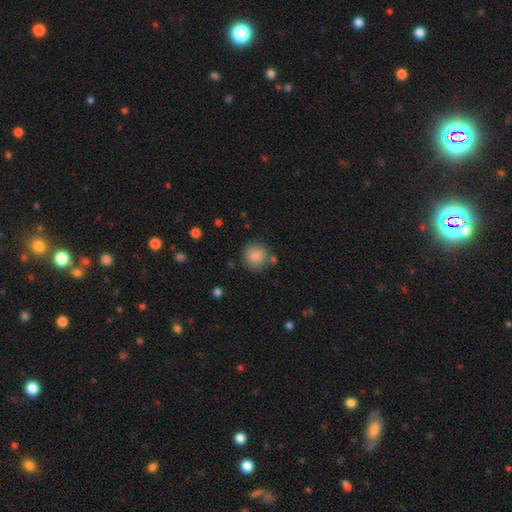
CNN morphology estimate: Q: Smooth or featured?
A: smooth (86%); runner-up: star or artifact (8%)
Q: How rounded?
A: round (87%); runner-up: in between (12%)
Q: Merging?
A: none (77%); runner-up: minor disturbance (13%)